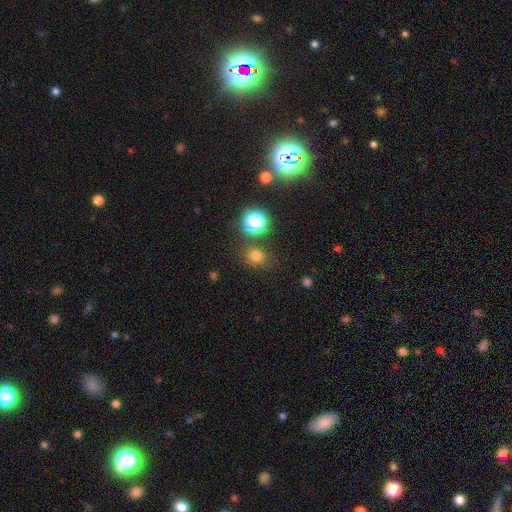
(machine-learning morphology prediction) Overall: smooth (71%). How rounded: round (82%). Merging: none (81%).